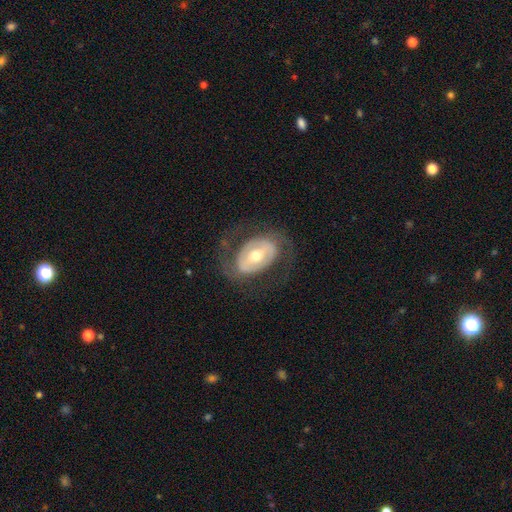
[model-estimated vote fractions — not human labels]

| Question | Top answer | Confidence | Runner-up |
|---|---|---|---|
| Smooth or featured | featured or disk | 72% | smooth (22%) |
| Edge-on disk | no | 94% | yes (6%) |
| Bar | weak | 35% | strong (33%) |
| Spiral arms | yes | 55% | no (45%) |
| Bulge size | moderate | 69% | small (21%) |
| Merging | none | 69% | major disturbance (16%) |